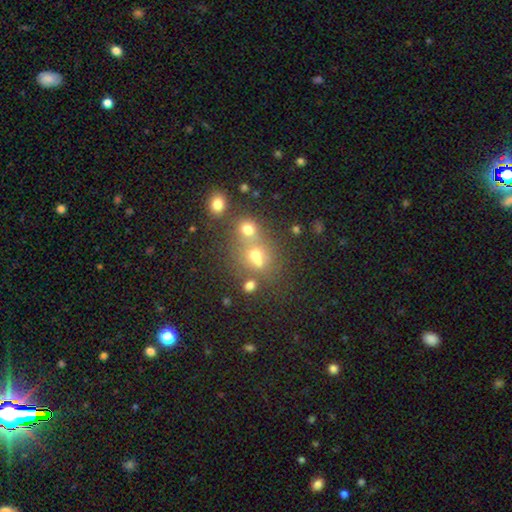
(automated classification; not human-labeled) The model was most divided on "merging" (2-way tie): merger: 44%, none: 44%, minor disturbance: 8%, major disturbance: 4%. More confident: how rounded — round (75%); smooth or featured — smooth (59%).